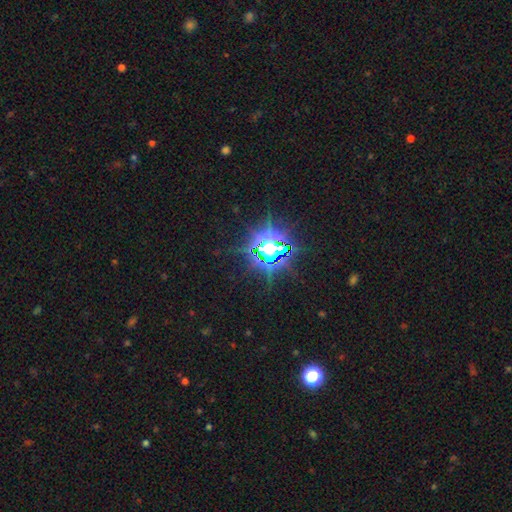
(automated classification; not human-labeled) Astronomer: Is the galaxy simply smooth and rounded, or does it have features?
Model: star or artifact — 84%.